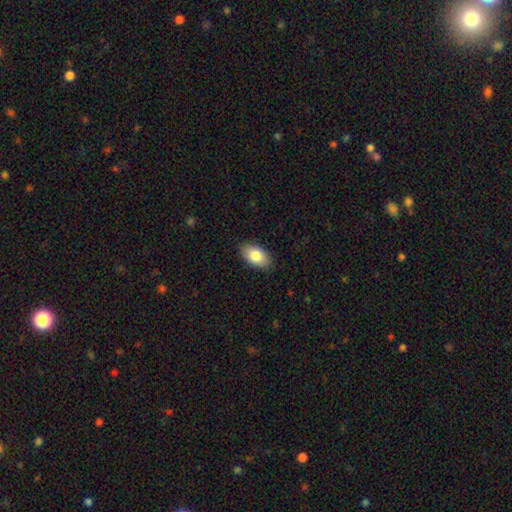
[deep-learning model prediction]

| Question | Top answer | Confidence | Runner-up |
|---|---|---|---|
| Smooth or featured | smooth | 83% | featured or disk (10%) |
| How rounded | in between | 94% | round (5%) |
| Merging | none | 88% | minor disturbance (9%) |